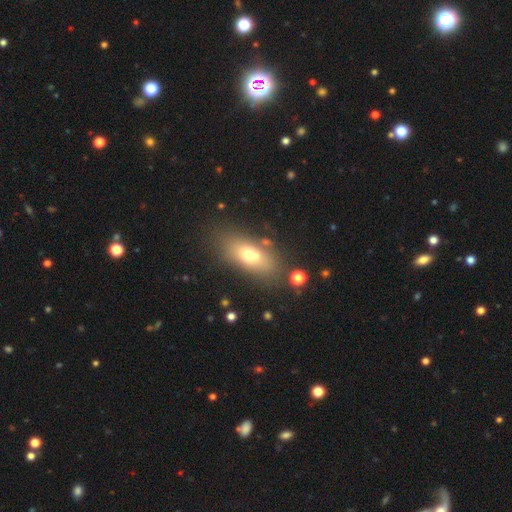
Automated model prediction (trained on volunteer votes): smooth_or_featured: smooth (p=0.66) [alt: featured or disk p=0.22]
how_rounded: in between (p=0.80) [alt: cigar-shaped p=0.12]
merging: none (p=0.64) [alt: merger p=0.15]